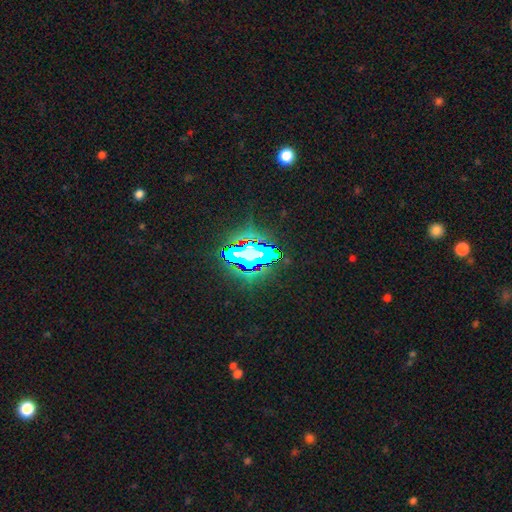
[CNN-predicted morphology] Smooth or featured? Predicted: star or artifact (p=0.67).